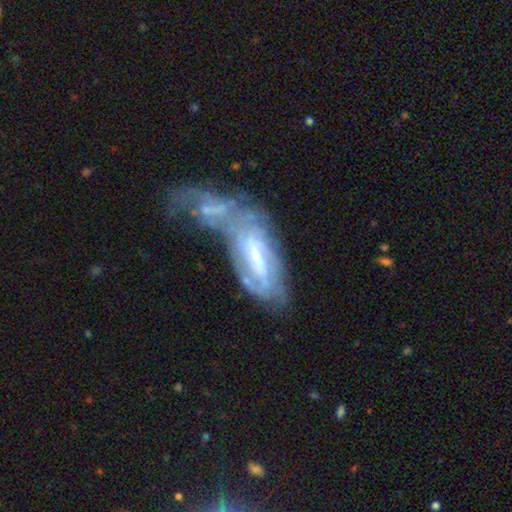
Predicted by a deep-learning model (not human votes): Overall: featured or disk (74%). Edge-on disk: no (89%). Bar: weak (42%; strong 33%). Spiral arms: yes (80%). Spiral arm count: can't tell (52%; 2 30%). Spiral winding: tight (54%; medium 33%). Bulge size: small (54%; moderate 34%). Merging: merger (53%; none 21%).